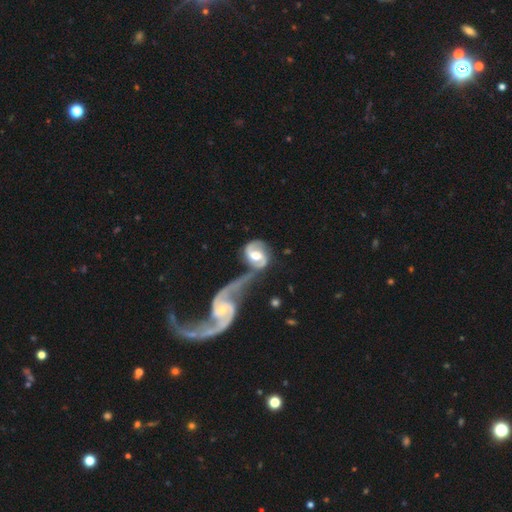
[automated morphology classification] This is clearly a featured or disk galaxy (82%). It is clearly not viewed edge-on (97%). Bar: possibly weak (47%). Spiral arm pattern: clearly yes (92%). Spiral arm count: clearly 2 (89%). Spiral winding: possibly medium (47%). Central bulge: possibly moderate (54%). Merging: possibly merger (48%).